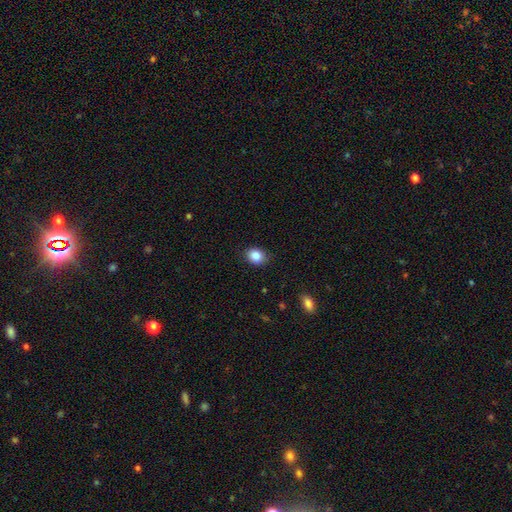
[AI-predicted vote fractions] This appears to be a smooth galaxy with no disk features (86%) that is round (50%). Merging: none (83%).